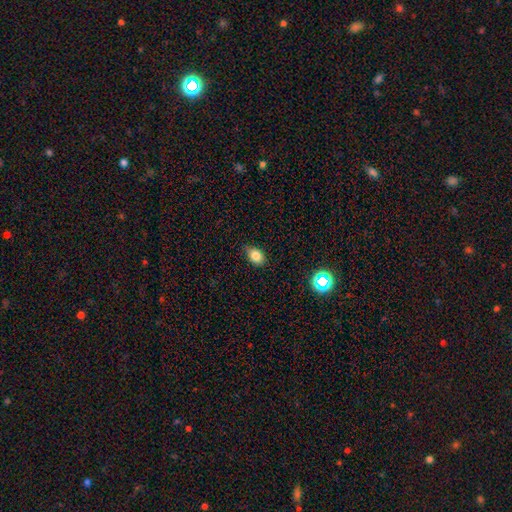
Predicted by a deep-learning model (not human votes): Smooth or featured? smooth (81%)
How rounded? in between (73%)
Merging? none (75%)